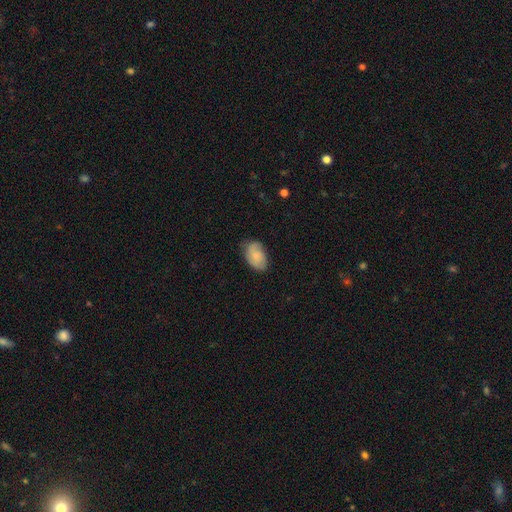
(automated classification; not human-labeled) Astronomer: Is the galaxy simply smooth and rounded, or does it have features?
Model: smooth — 62%.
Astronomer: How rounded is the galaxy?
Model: in between — 90%.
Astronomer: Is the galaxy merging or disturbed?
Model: none — 70%.